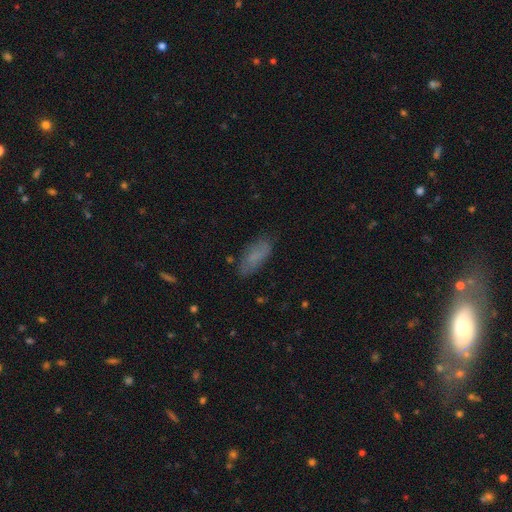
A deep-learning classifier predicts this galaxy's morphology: smooth_or_featured: smooth (p=0.74) [alt: featured or disk p=0.17]
how_rounded: in between (p=0.71) [alt: cigar-shaped p=0.27]
merging: none (p=0.76) [alt: minor disturbance p=0.17]